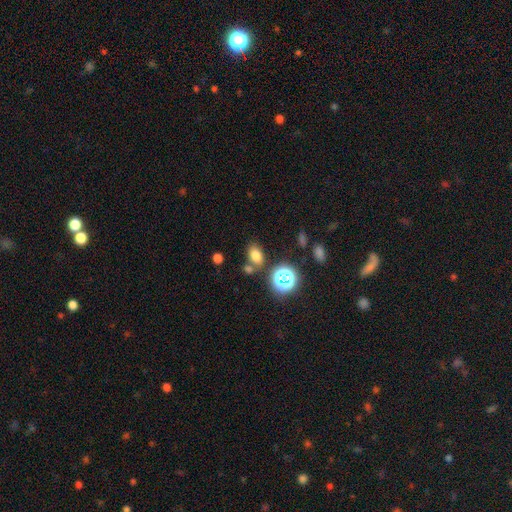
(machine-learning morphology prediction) Q: Smooth or featured?
A: smooth (74%); runner-up: star or artifact (18%)
Q: How rounded?
A: in between (77%); runner-up: round (22%)
Q: Merging?
A: none (68%); runner-up: merger (16%)